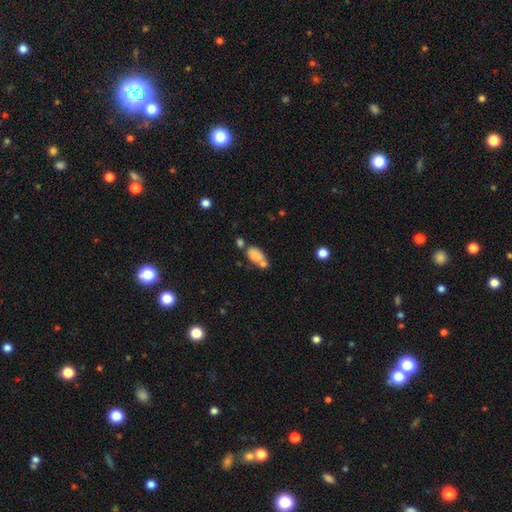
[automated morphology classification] smooth_or_featured: smooth (p=0.80) [alt: featured or disk p=0.11]
how_rounded: in between (p=0.89) [alt: round p=0.06]
merging: merger (p=0.39) [alt: none p=0.38]